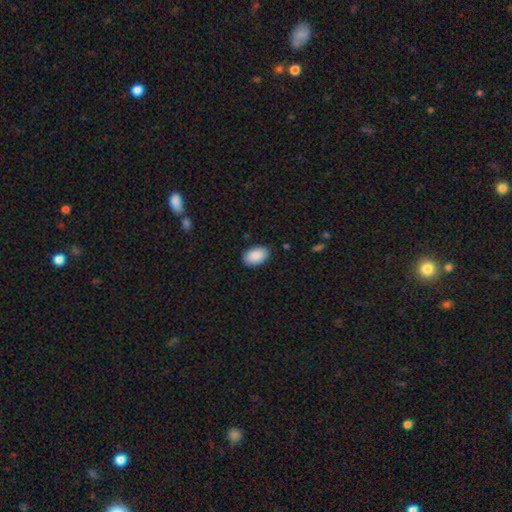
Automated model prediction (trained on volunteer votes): Q: Smooth or featured?
A: smooth (91%); runner-up: star or artifact (6%)
Q: How rounded?
A: in between (93%); runner-up: round (6%)
Q: Merging?
A: none (87%); runner-up: minor disturbance (10%)